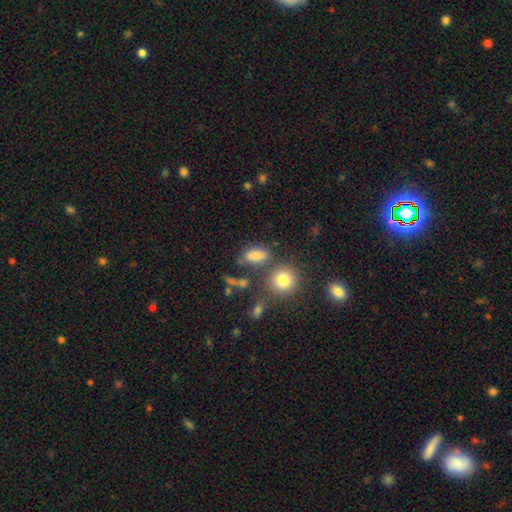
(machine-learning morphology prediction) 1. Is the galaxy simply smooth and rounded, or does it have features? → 80% smooth, 13% star or artifact, 8% featured or disk.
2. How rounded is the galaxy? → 71% in between, 16% round, 12% cigar-shaped.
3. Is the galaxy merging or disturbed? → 62% none, 16% minor disturbance, 15% merger, 7% major disturbance.